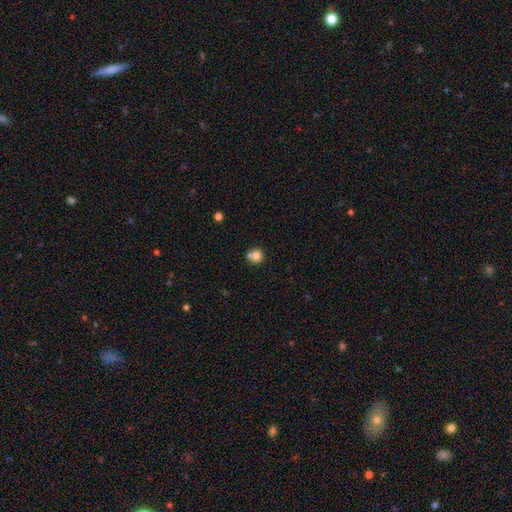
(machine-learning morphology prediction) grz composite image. It shows a smooth galaxy with no disk features (78%) that is round (90%). Merging: none (57%).